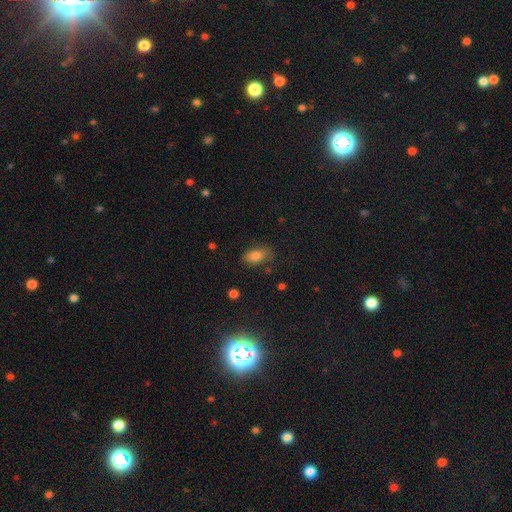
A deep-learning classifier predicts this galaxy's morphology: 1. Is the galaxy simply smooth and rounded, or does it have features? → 82% smooth, 10% star or artifact, 8% featured or disk.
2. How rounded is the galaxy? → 89% in between, 8% round, 3% cigar-shaped.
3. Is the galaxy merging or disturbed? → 71% none, 21% minor disturbance, 6% major disturbance, 2% merger.